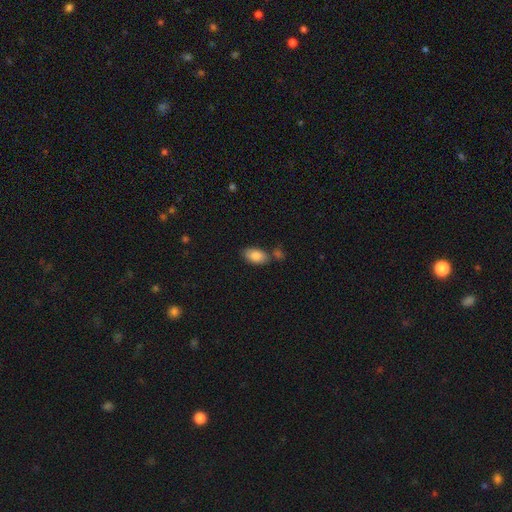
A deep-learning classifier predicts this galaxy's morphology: This appears to be a smooth galaxy with no disk features (85%) that is in between round and cigar-shaped (93%). Merging: none (66%).